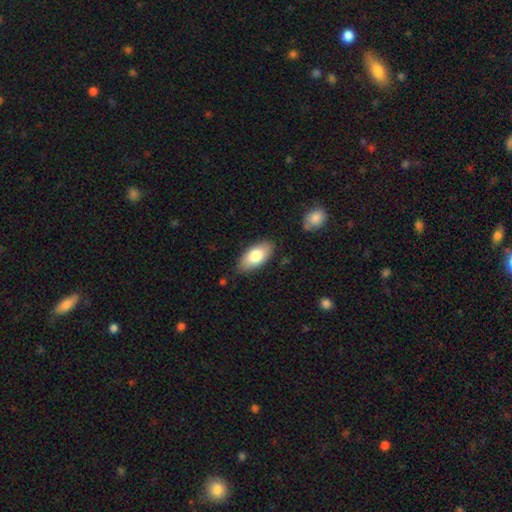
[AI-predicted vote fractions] smooth_or_featured: smooth (p=0.79) [alt: featured or disk p=0.15]
how_rounded: in between (p=0.91) [alt: cigar-shaped p=0.07]
merging: none (p=0.84) [alt: minor disturbance p=0.12]